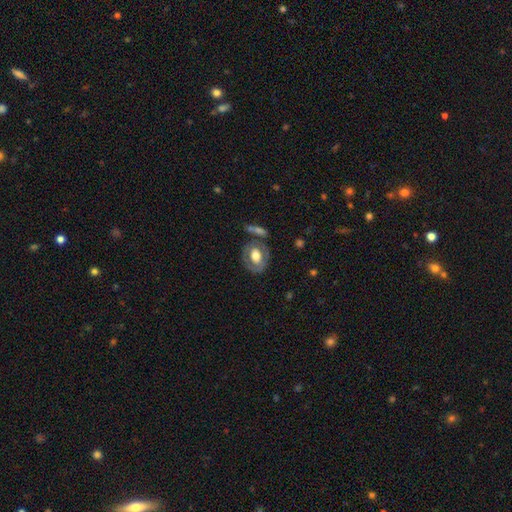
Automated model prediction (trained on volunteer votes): A featured or disk galaxy (49%). Merging: none (65%).